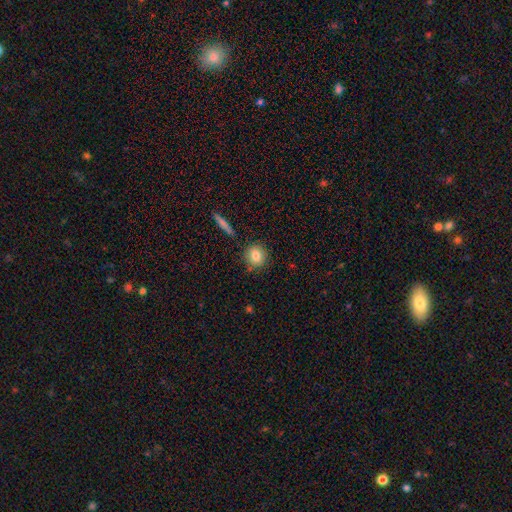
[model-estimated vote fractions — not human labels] Smooth or featured?
  - smooth: 83% *
  - featured or disk: 9%
  - star or artifact: 8%
How rounded?
  - round: 83% *
  - in between: 15%
  - cigar-shaped: 2%
Merging?
  - none: 85% *
  - minor disturbance: 9%
  - merger: 4%
  - major disturbance: 2%